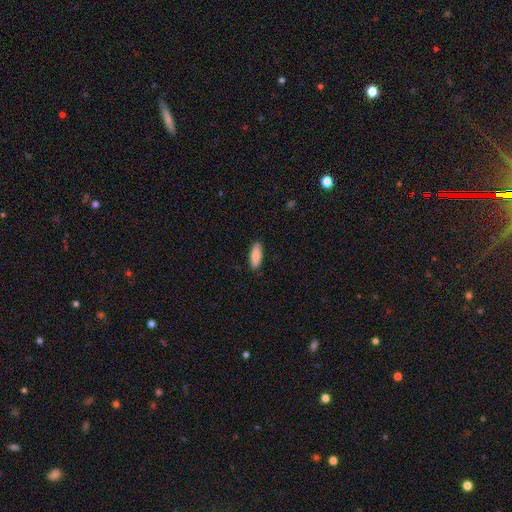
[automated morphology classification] This appears to be a smooth galaxy with no disk features (87%) that is in between round and cigar-shaped (66%). Merging: none (88%).